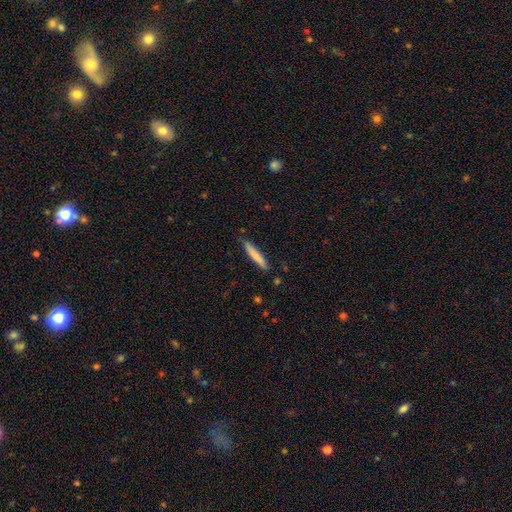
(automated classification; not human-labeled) Smooth or featured? Predicted: smooth (p=0.78). How rounded? Predicted: cigar-shaped (p=0.93). Merging? Predicted: none (p=0.84).